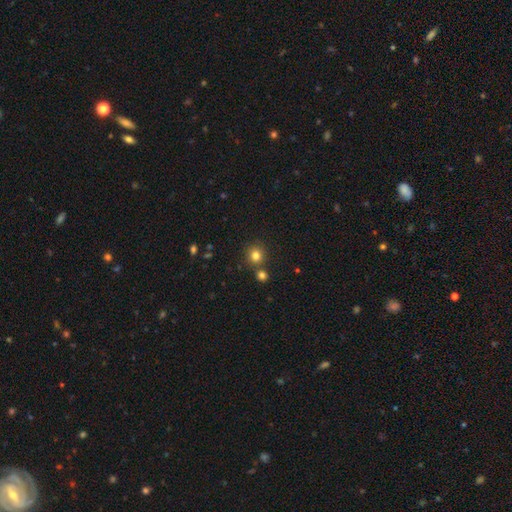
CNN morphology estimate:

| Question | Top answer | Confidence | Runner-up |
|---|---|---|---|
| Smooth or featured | smooth | 80% | star or artifact (14%) |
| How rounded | round | 91% | in between (8%) |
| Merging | none | 76% | merger (14%) |